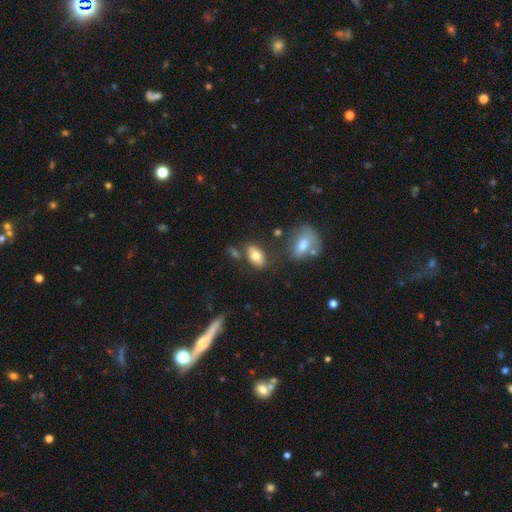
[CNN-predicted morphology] Smooth or featured?
  - smooth: 74% *
  - featured or disk: 18%
  - star or artifact: 8%
How rounded?
  - in between: 90% *
  - round: 7%
  - cigar-shaped: 3%
Merging?
  - none: 69% *
  - minor disturbance: 15%
  - merger: 11%
  - major disturbance: 5%